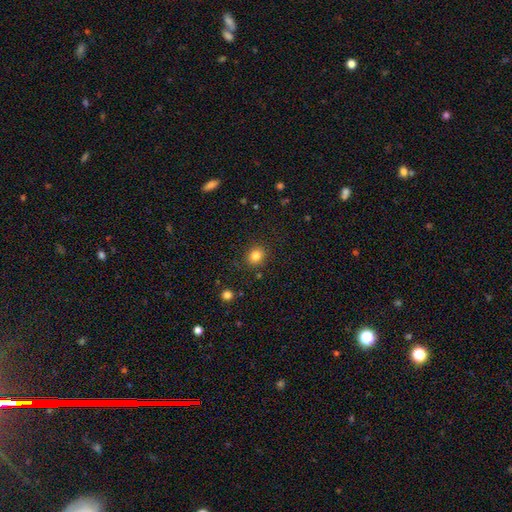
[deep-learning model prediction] Q: Smooth or featured?
A: smooth (83%); runner-up: star or artifact (12%)
Q: How rounded?
A: round (70%); runner-up: in between (29%)
Q: Merging?
A: none (86%); runner-up: minor disturbance (9%)